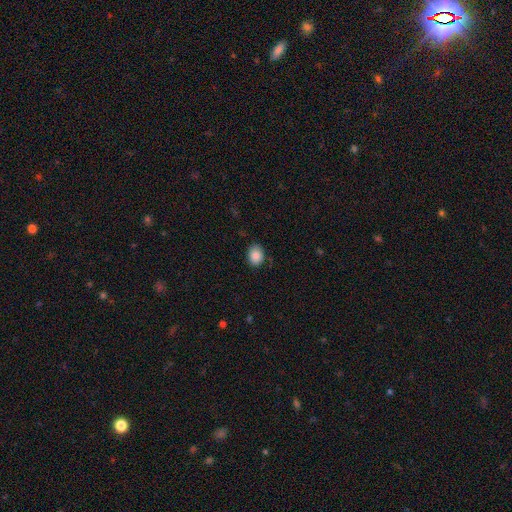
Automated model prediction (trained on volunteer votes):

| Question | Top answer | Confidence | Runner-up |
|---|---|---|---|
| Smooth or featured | smooth | 88% | star or artifact (8%) |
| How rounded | in between | 55% | round (44%) |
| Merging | none | 82% | minor disturbance (14%) |